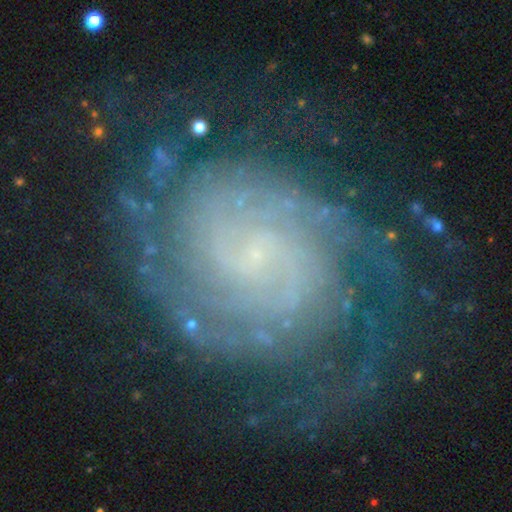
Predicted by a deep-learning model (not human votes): Smooth or featured? Predicted: featured or disk (p=0.87). Edge-on disk? Predicted: no (p=0.98). Bar? Predicted: no (p=0.59). Spiral arms? Predicted: yes (p=0.97). Spiral winding? Predicted: tight (p=0.70). Spiral arm count? Predicted: 2 (p=0.38). Bulge size? Predicted: small (p=0.75). Merging? Predicted: none (p=0.75).